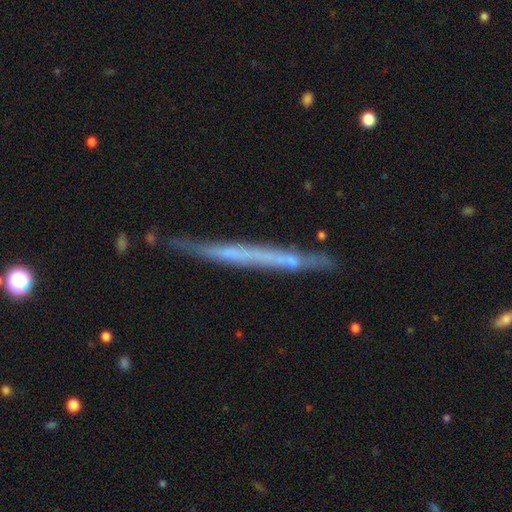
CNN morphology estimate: A featured or disk galaxy (59%) viewed edge-on (95%) with no central bulge (89%).

Vote fractions:
- Smooth or featured? featured or disk: 59% / smooth: 33% / star or artifact: 8%
- Edge-on disk? yes: 95% / no: 5%
- Edge-on bulge? none: 89% / rounded: 7% / boxy: 4%
- Merging? none: 80% / minor disturbance: 15% / major disturbance: 2% / merger: 2%